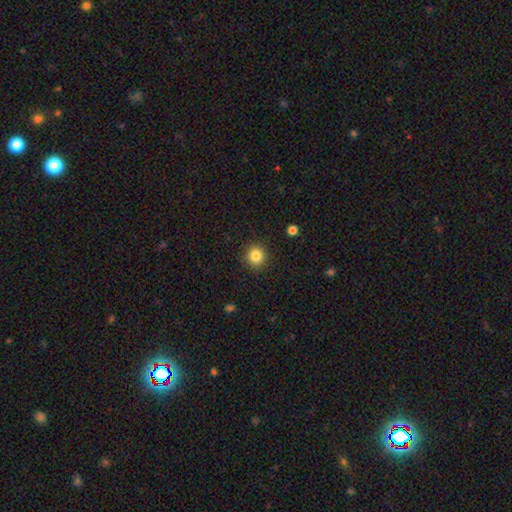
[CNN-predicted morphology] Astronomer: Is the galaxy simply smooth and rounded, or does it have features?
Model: smooth — 84%.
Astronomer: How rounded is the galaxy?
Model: round — 92%.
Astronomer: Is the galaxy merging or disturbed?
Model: none — 91%.